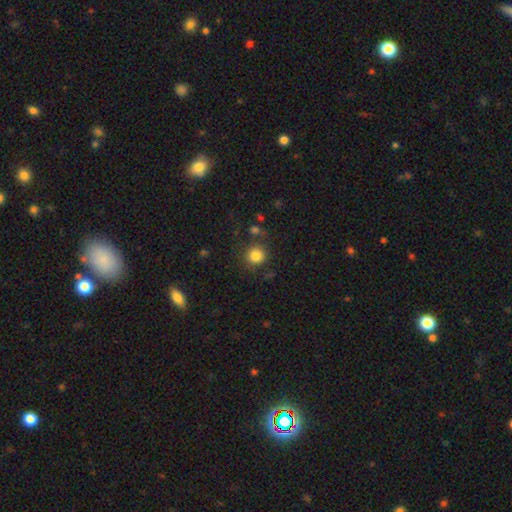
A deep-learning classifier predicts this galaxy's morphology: Smooth or featured: smooth — 83% (star or artifact — 11%)
How rounded: round — 92% (in between — 7%)
Merging: none — 80% (minor disturbance — 11%)